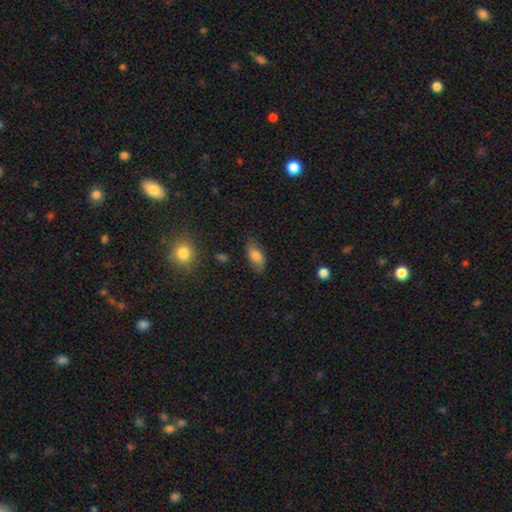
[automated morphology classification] Q: Smooth or featured?
A: smooth (75%); runner-up: featured or disk (16%)
Q: How rounded?
A: in between (87%); runner-up: cigar-shaped (9%)
Q: Merging?
A: none (74%); runner-up: minor disturbance (19%)